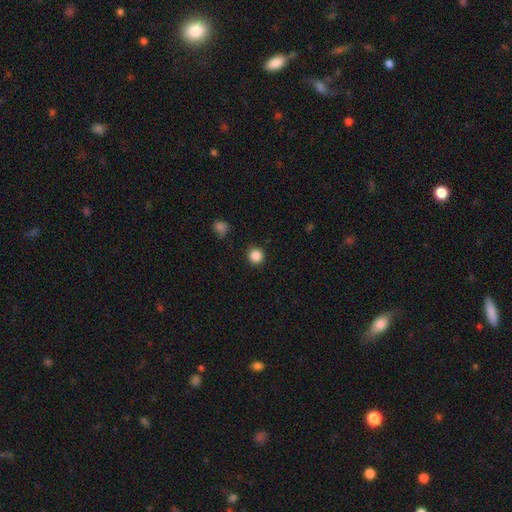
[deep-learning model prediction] smooth-or-featured: smooth: 86% | star or artifact: 11% | featured or disk: 3%
  how-rounded: round: 95% | in between: 5% | cigar-shaped: 1%
  merging: none: 91% | minor disturbance: 5% | major disturbance: 2% | merger: 1%